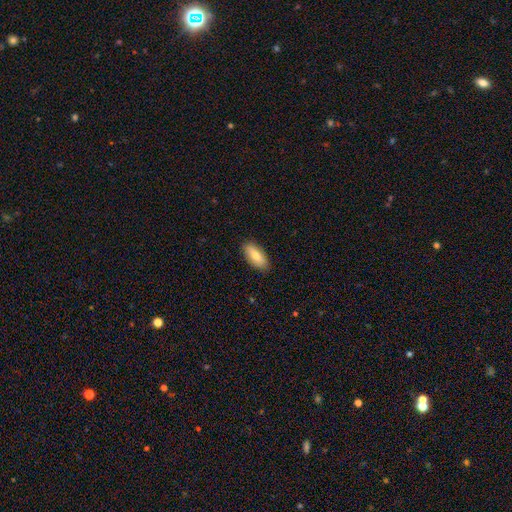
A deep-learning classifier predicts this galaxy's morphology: The model was most divided on "smooth or featured": smooth: 77%, featured or disk: 17%, star or artifact: 6%. More confident: merging — none (88%); how rounded — in between (82%).